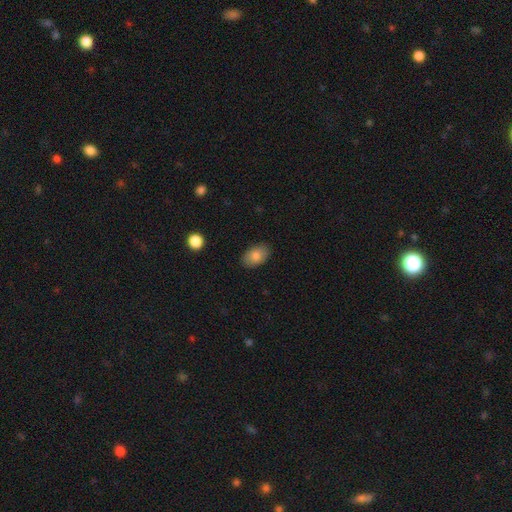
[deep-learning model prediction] Smooth or featured? Predicted: smooth (p=0.82). How rounded? Predicted: in between (p=0.89). Merging? Predicted: none (p=0.87).